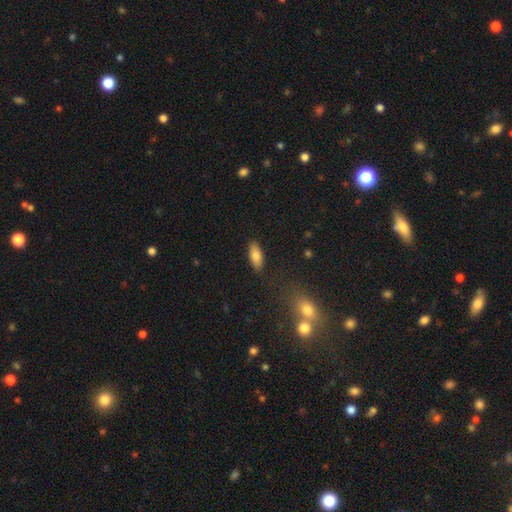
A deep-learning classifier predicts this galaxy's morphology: Smooth or featured: smooth — 80% (featured or disk — 13%)
How rounded: in between — 76% (cigar-shaped — 21%)
Merging: none — 87% (minor disturbance — 10%)